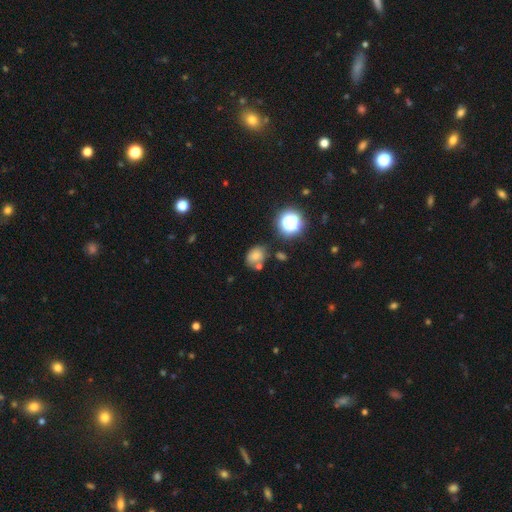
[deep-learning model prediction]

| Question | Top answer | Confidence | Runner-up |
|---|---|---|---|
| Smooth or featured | smooth | 68% | star or artifact (19%) |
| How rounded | in between | 61% | round (38%) |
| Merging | none | 56% | minor disturbance (22%) |